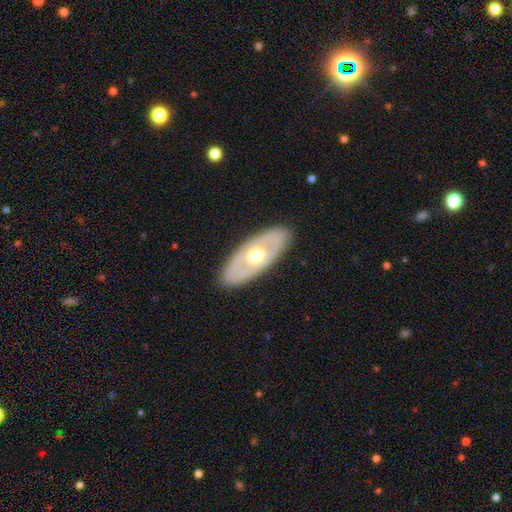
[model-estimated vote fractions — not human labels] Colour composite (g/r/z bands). It shows a featured or disk galaxy (61%). Merging: none (86%).